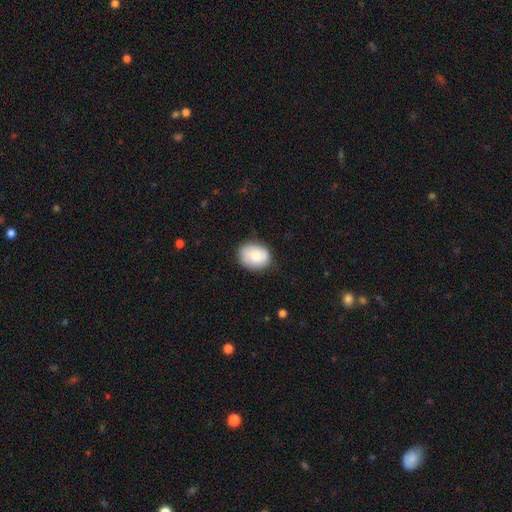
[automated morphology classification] This appears to be a smooth galaxy with no disk features (77%) that is in between round and cigar-shaped (61%). Merging: none (78%).